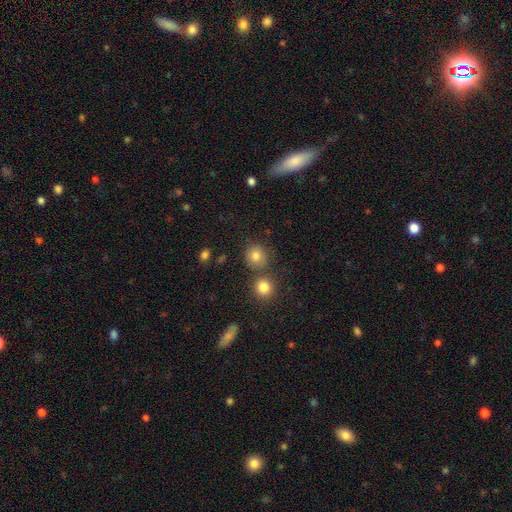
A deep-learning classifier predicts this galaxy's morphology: Smooth or featured: smooth — 81% (star or artifact — 12%)
How rounded: round — 83% (in between — 16%)
Merging: none — 71% (merger — 15%)